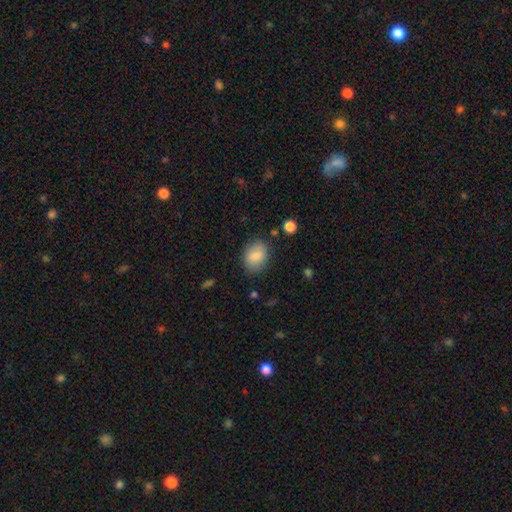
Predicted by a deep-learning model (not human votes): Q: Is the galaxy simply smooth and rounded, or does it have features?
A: smooth — 84%.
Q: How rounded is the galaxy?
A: in between — 65%.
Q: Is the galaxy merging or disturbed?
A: none — 79%.